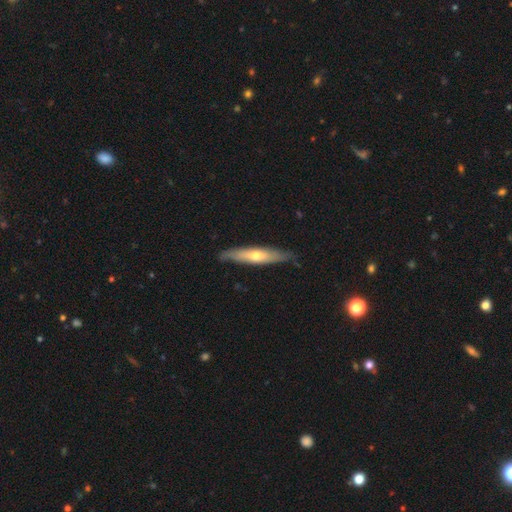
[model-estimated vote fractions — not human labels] Smooth or featured? Predicted: featured or disk (p=0.50). Merging? Predicted: none (p=0.82).